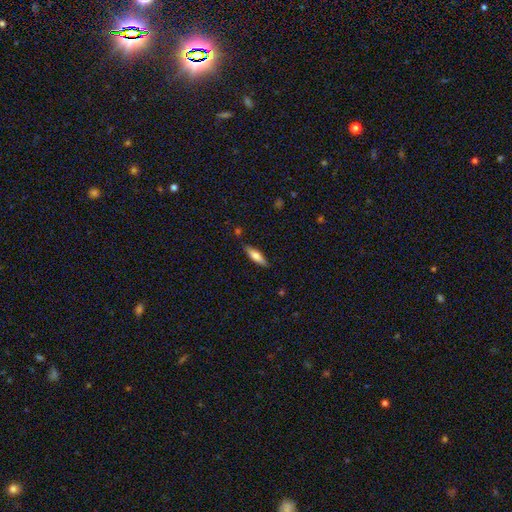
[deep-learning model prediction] Smooth or featured? smooth (69%)
How rounded? cigar-shaped (57%)
Merging? none (84%)